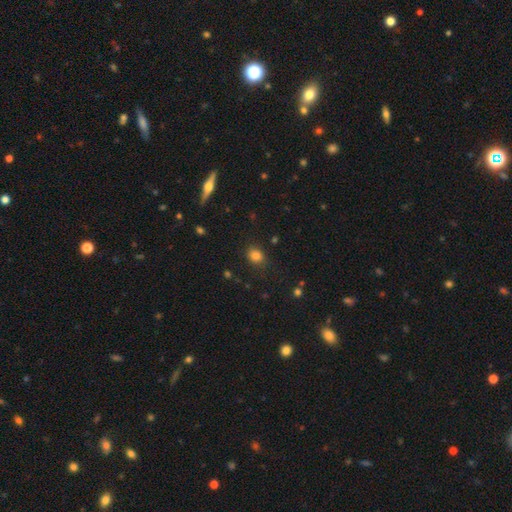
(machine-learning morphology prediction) Overall: smooth (82%). How rounded: round (61%; in between 38%). Merging: none (84%).